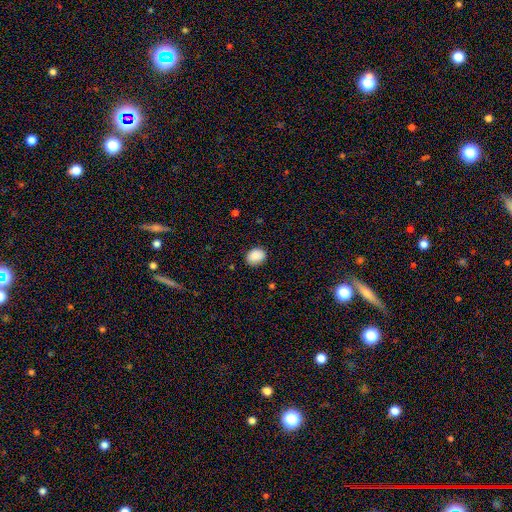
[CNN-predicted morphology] The model was most divided on "how rounded": in between: 57%, round: 42%, cigar-shaped: 1%. More confident: smooth or featured — smooth (89%); merging — none (85%).